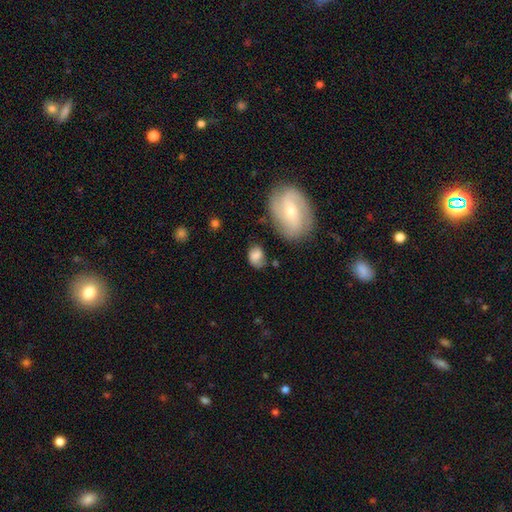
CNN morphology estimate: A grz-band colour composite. It shows a smooth galaxy with no disk features (71%) that is in between round and cigar-shaped (71%). Merging: none (53%).